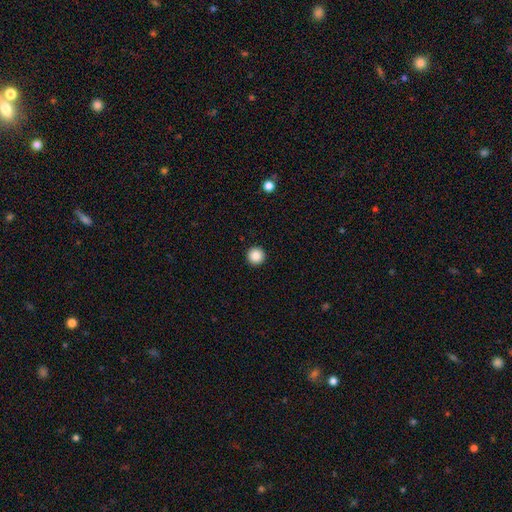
This appears to be a smooth galaxy with no disk features (95%) that is round (100%). Merging: none (97%).